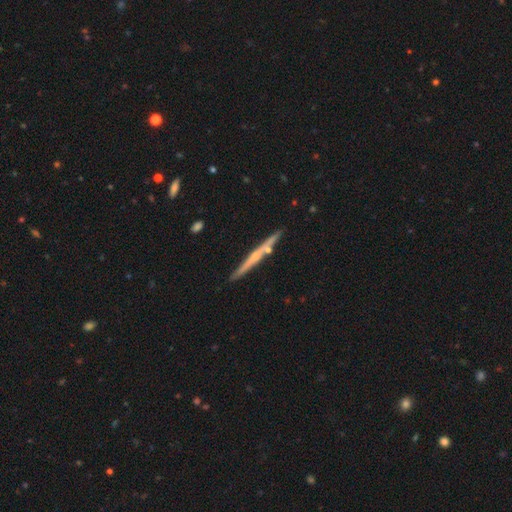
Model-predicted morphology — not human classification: Smooth or featured? Predicted: featured or disk (p=0.67). Edge-on disk? Predicted: yes (p=0.97). Edge-on bulge? Predicted: rounded (p=0.55). Merging? Predicted: none (p=0.84).